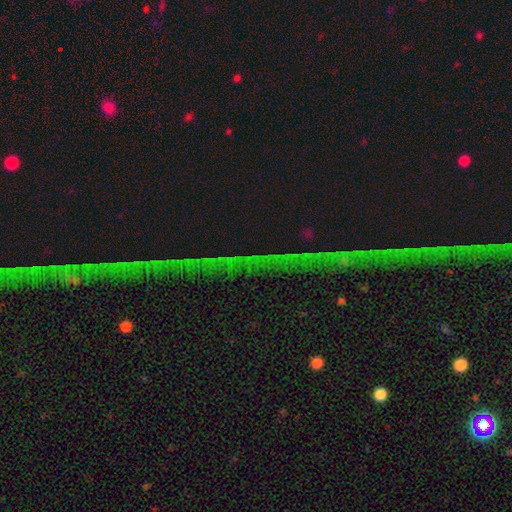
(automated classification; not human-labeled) Q: Smooth or featured?
A: star or artifact (77%); runner-up: featured or disk (12%)